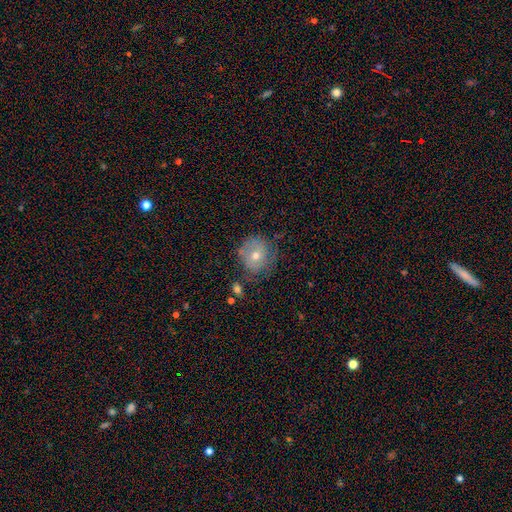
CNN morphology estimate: Q: Smooth or featured?
A: smooth (50%); runner-up: featured or disk (38%)
Q: Merging?
A: none (68%); runner-up: minor disturbance (21%)